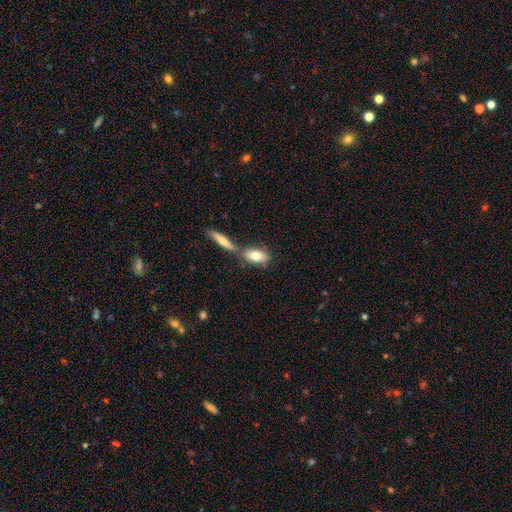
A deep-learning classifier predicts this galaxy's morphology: smooth 76%, featured or disk 18%, star or artifact 6%. Down the decision tree: how rounded — in between (83%); merging — none (50%).